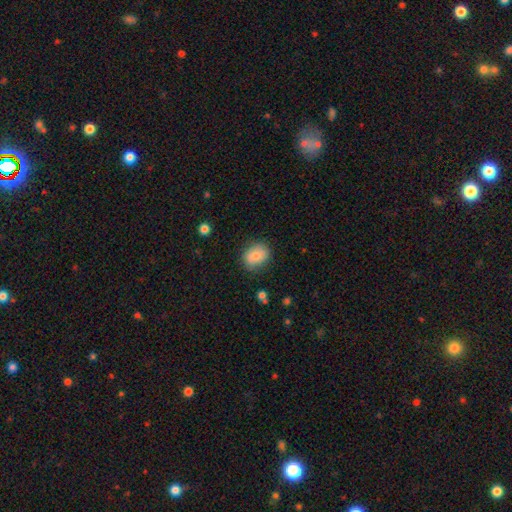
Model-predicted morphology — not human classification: smooth-or-featured: smooth: 79% | featured or disk: 13% | star or artifact: 8%
  how-rounded: in between: 62% | round: 37% | cigar-shaped: 1%
  merging: none: 80% | minor disturbance: 15% | major disturbance: 4% | merger: 1%